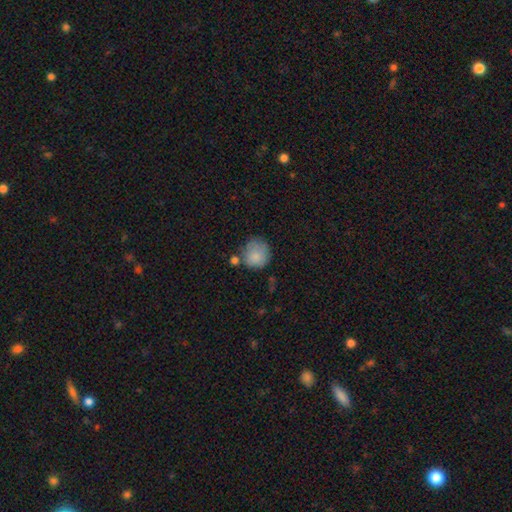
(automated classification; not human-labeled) Overall: smooth (84%). How rounded: round (85%). Merging: none (59%; minor disturbance 23%).